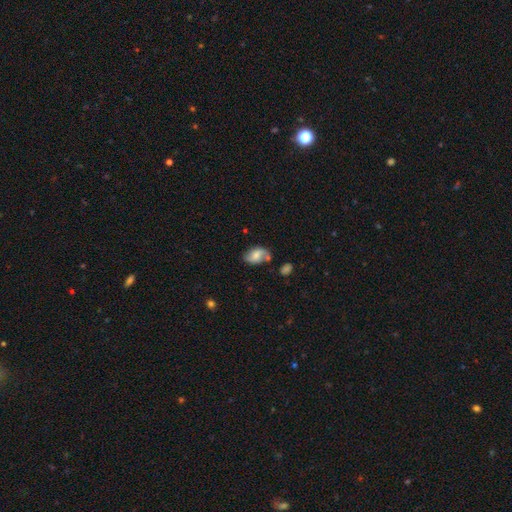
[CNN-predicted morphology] A featured or disk galaxy (50%).

Vote fractions:
- Smooth or featured? featured or disk: 50% / smooth: 42% / star or artifact: 9%
- Merging? none: 56% / minor disturbance: 25% / merger: 10% / major disturbance: 9%